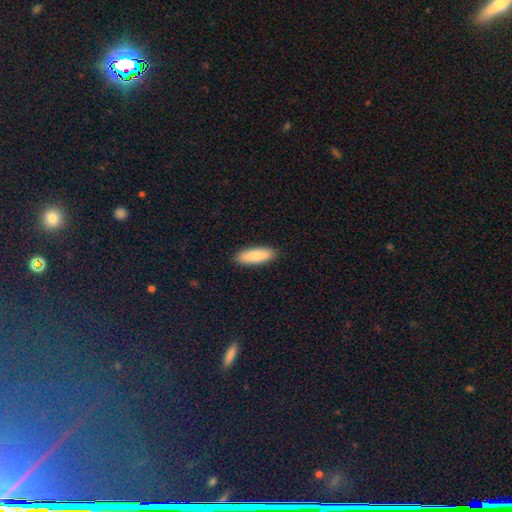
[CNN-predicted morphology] Smooth or featured?
  - smooth: 86% *
  - featured or disk: 8%
  - star or artifact: 5%
How rounded?
  - in between: 57% *
  - cigar-shaped: 42%
  - round: 2%
Merging?
  - none: 90% *
  - minor disturbance: 7%
  - major disturbance: 2%
  - merger: 1%